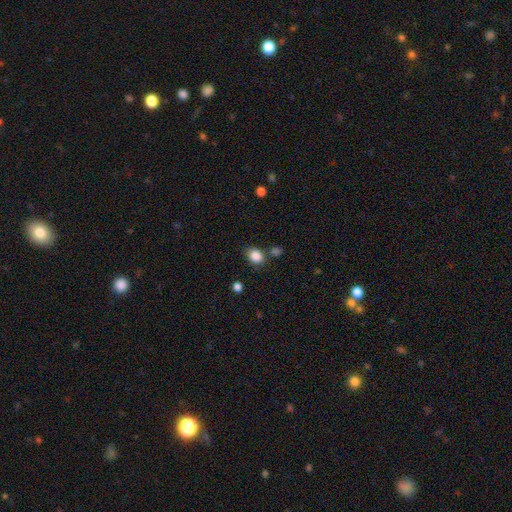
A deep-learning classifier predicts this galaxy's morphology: This is clearly a smooth galaxy (86%). How rounded: possibly in between (52%). Merging: likely none (73%).